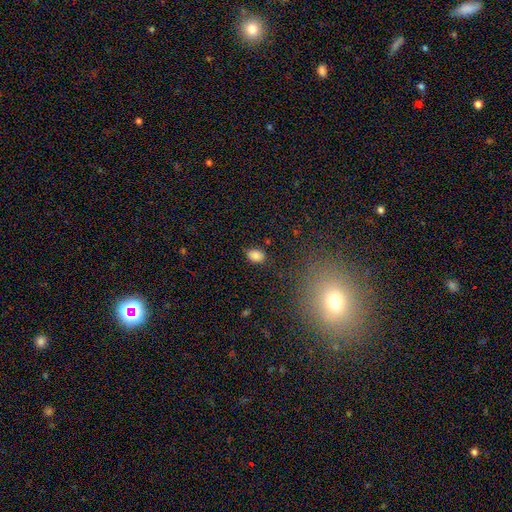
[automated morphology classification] smooth_or_featured: smooth (p=0.83) [alt: star or artifact p=0.11]
how_rounded: in between (p=0.76) [alt: round p=0.22]
merging: none (p=0.78) [alt: minor disturbance p=0.16]